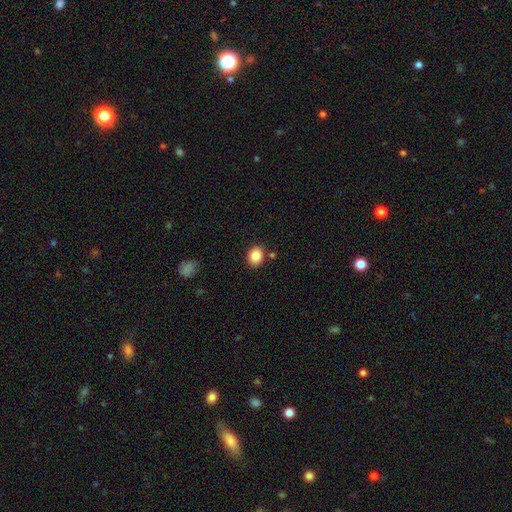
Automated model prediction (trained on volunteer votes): smooth_or_featured: smooth (p=0.86) [alt: star or artifact p=0.09]
how_rounded: round (p=0.54) [alt: in between p=0.45]
merging: none (p=0.83) [alt: minor disturbance p=0.09]